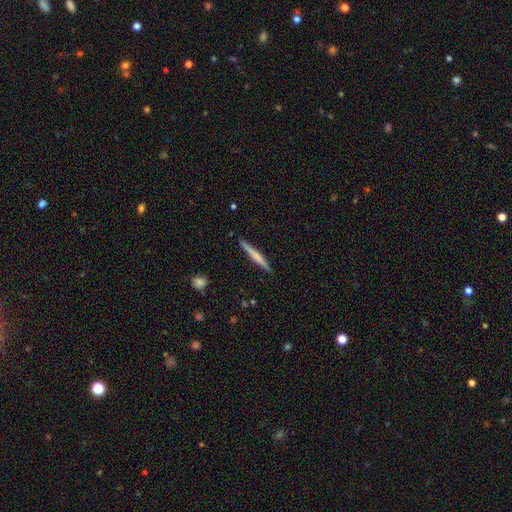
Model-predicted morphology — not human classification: A smooth galaxy with no disk features (54%) that is cigar-shaped (96%).

Vote fractions:
- Smooth or featured? smooth: 54% / featured or disk: 41% / star or artifact: 5%
- How rounded? cigar-shaped: 96% / in between: 3% / round: 1%
- Merging? none: 90% / minor disturbance: 7% / major disturbance: 1% / merger: 1%